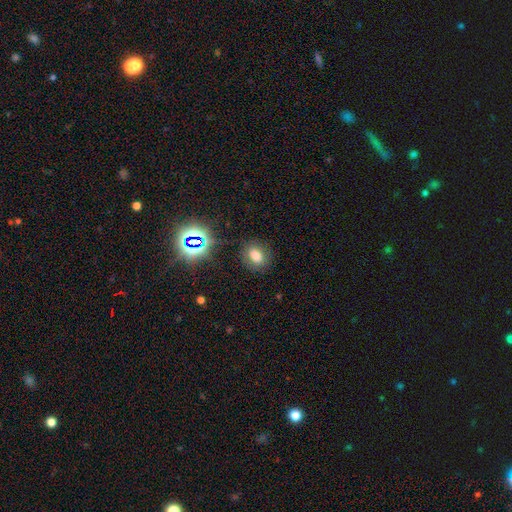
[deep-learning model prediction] Smooth or featured? smooth (71%)
How rounded? in between (61%)
Merging? none (82%)